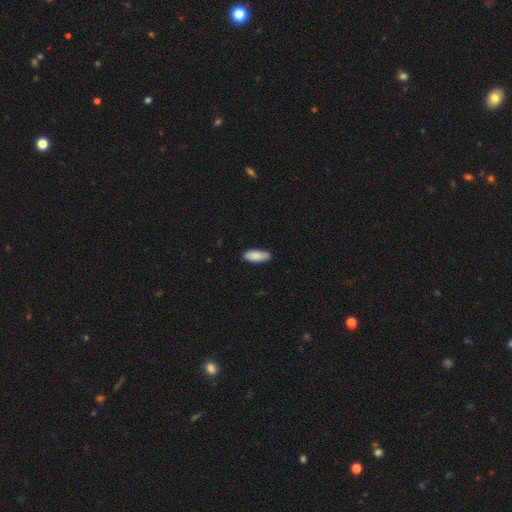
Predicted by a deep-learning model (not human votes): A smooth galaxy with no disk features (87%) that is in between round and cigar-shaped (74%).

Vote fractions:
- Smooth or featured? smooth: 87% / featured or disk: 7% / star or artifact: 6%
- How rounded? in between: 74% / cigar-shaped: 25% / round: 2%
- Merging? none: 82% / minor disturbance: 15% / major disturbance: 2% / merger: 1%